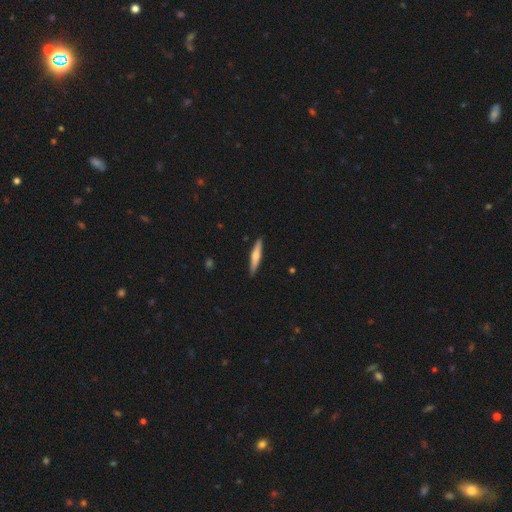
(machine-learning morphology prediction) Overall: smooth (52%; featured or disk 42%). How rounded: cigar-shaped (89%). Merging: none (89%).